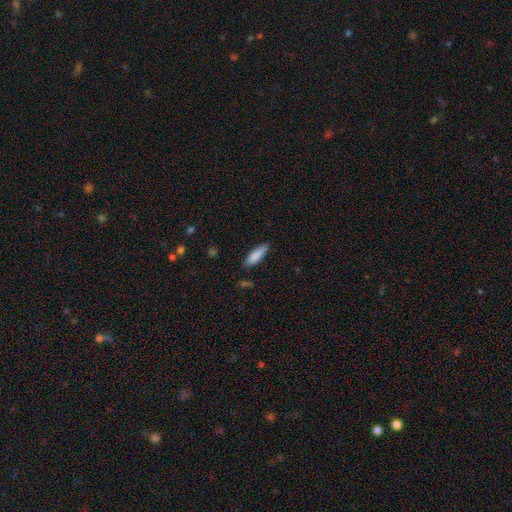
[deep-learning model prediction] smooth-or-featured: smooth: 86% | featured or disk: 8% | star or artifact: 6%
  how-rounded: cigar-shaped: 58% | in between: 40% | round: 1%
  merging: none: 81% | minor disturbance: 15% | major disturbance: 3% | merger: 2%